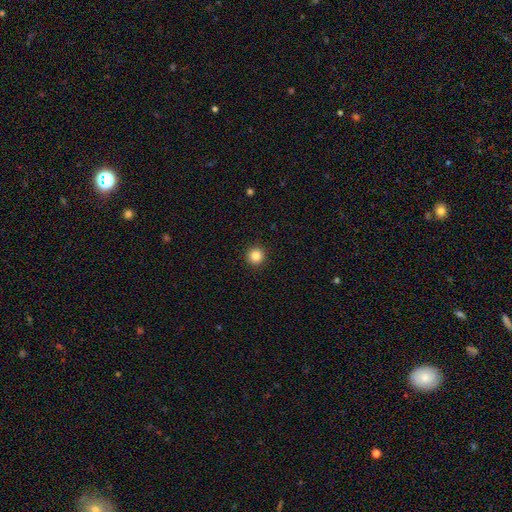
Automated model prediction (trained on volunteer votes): Smooth or featured? smooth (85%)
How rounded? round (96%)
Merging? none (93%)